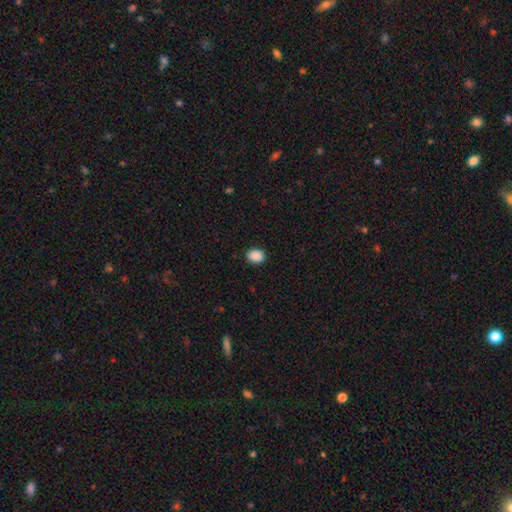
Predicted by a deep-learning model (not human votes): Q: Smooth or featured?
A: smooth (89%); runner-up: star or artifact (8%)
Q: How rounded?
A: in between (52%); runner-up: round (47%)
Q: Merging?
A: none (89%); runner-up: minor disturbance (8%)